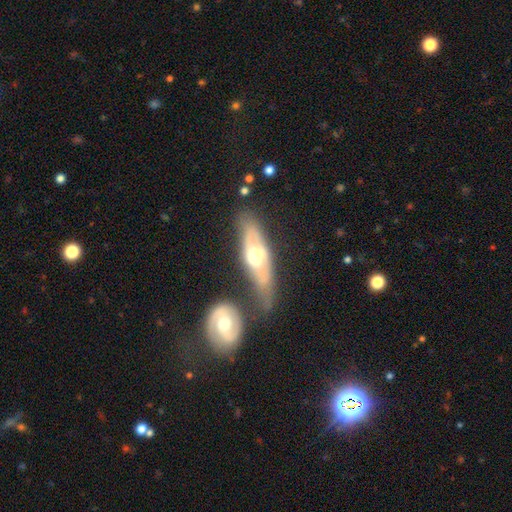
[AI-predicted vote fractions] The model was most divided on "edge-on disk": no: 57%, yes: 43%. More confident: smooth or featured — featured or disk (61%); merging — none (54%).